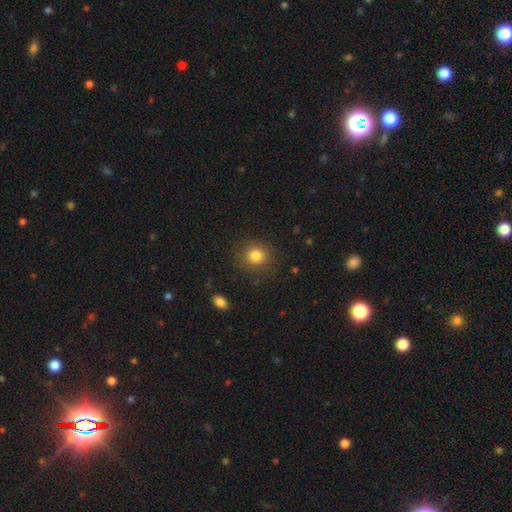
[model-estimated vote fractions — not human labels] The model was most divided on "smooth or featured": smooth: 82%, star or artifact: 11%, featured or disk: 6%. More confident: how rounded — round (86%); merging — none (85%).